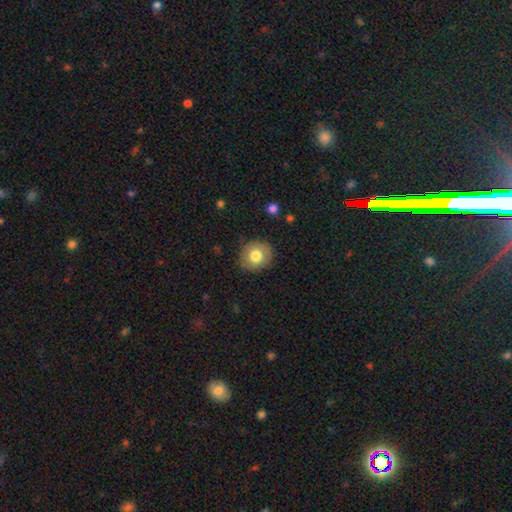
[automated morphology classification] Smooth or featured? smooth (77%)
How rounded? round (81%)
Merging? none (86%)